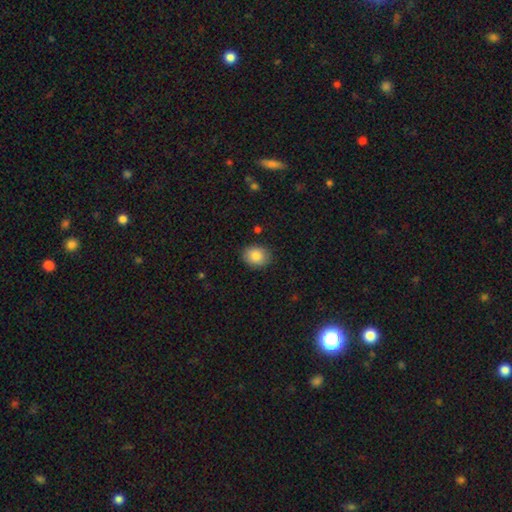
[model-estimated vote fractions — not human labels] Morphology: type=smooth (87%); roundness=round (51%); merging=none (87%).